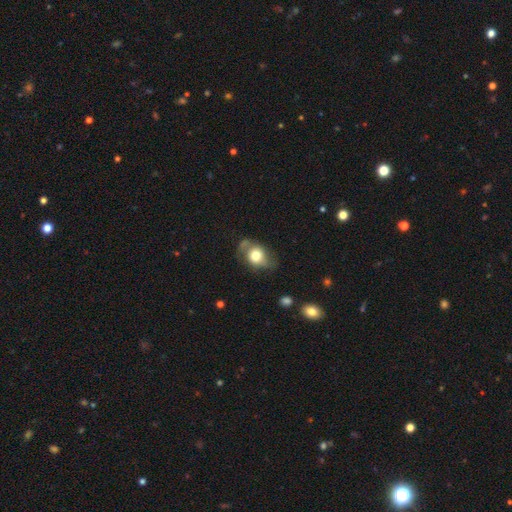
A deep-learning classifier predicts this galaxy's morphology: This is possibly a smooth galaxy (60%). How rounded: possibly in between (55%). Merging: possibly none (54%).